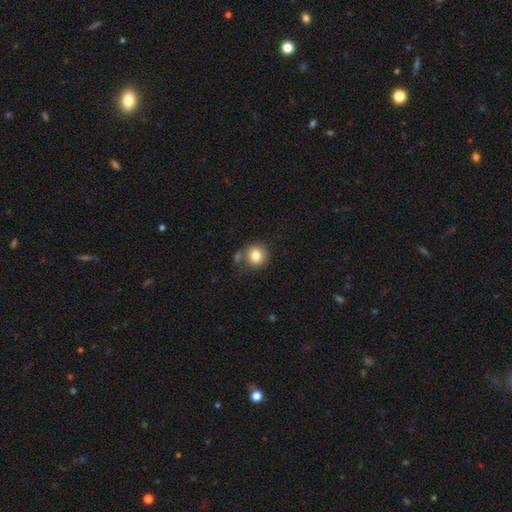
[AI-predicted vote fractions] Overall: smooth (81%). How rounded: round (86%). Merging: none (66%).